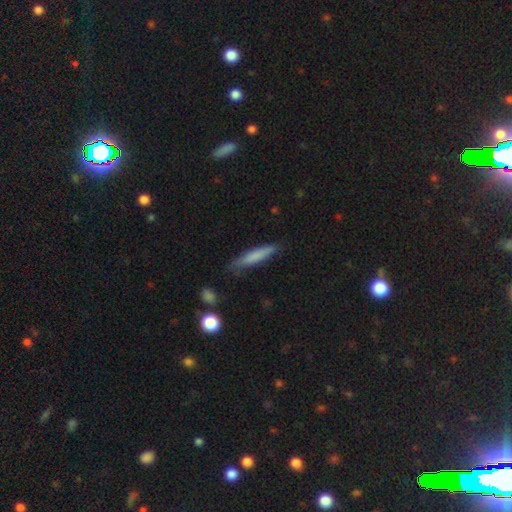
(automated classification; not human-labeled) A smooth galaxy with no disk features (73%) that is cigar-shaped (89%).

Vote fractions:
- Smooth or featured? smooth: 73% / featured or disk: 20% / star or artifact: 6%
- How rounded? cigar-shaped: 89% / in between: 10% / round: 1%
- Merging? none: 75% / minor disturbance: 19% / major disturbance: 4% / merger: 2%